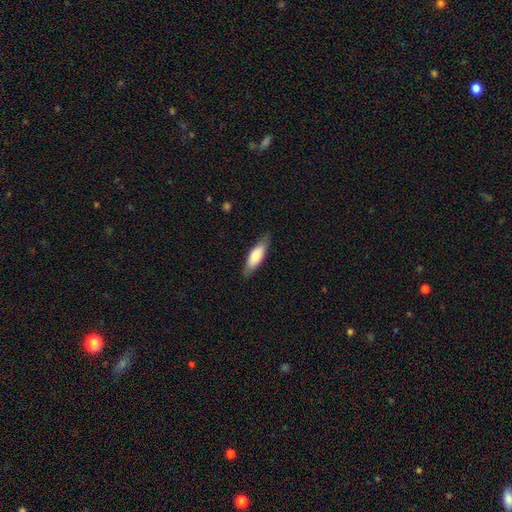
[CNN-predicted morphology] Smooth or featured: smooth — 73% (featured or disk — 21%)
How rounded: in between — 51% (cigar-shaped — 47%)
Merging: none — 83% (minor disturbance — 13%)